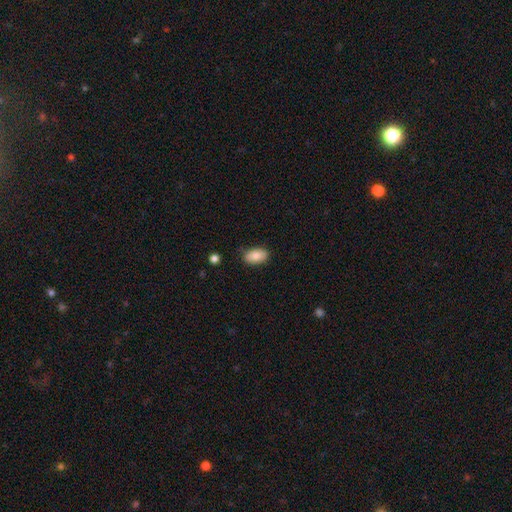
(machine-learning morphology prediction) Smooth or featured?
  - smooth: 84% *
  - featured or disk: 8%
  - star or artifact: 7%
How rounded?
  - in between: 92% *
  - round: 6%
  - cigar-shaped: 2%
Merging?
  - none: 83% *
  - minor disturbance: 13%
  - major disturbance: 3%
  - merger: 2%